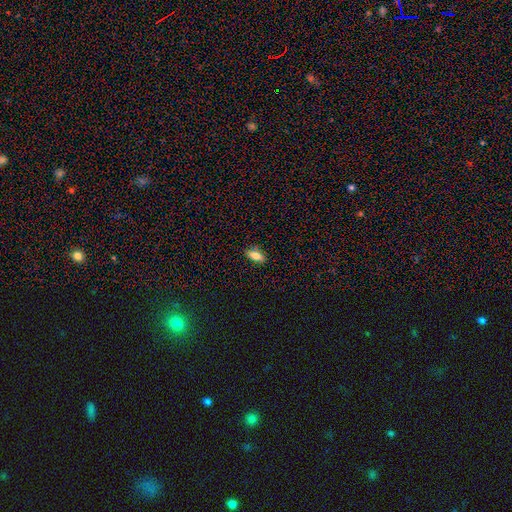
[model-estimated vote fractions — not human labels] Q: Smooth or featured?
A: smooth (76%); runner-up: featured or disk (15%)
Q: How rounded?
A: in between (81%); runner-up: cigar-shaped (15%)
Q: Merging?
A: none (86%); runner-up: minor disturbance (10%)